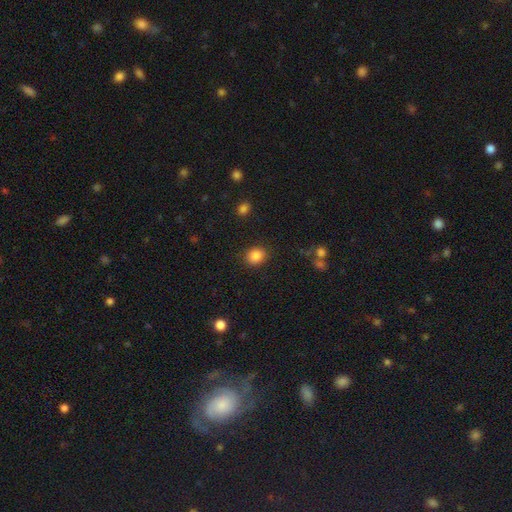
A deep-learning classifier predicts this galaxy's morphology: Smooth or featured?
  - smooth: 86% *
  - star or artifact: 10%
  - featured or disk: 5%
How rounded?
  - round: 65% *
  - in between: 35%
  - cigar-shaped: 1%
Merging?
  - none: 87% *
  - minor disturbance: 8%
  - major disturbance: 3%
  - merger: 2%